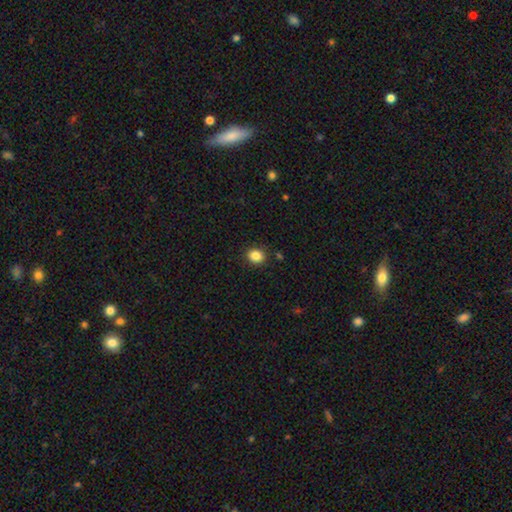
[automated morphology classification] This is clearly a smooth galaxy (85%). How rounded: likely round (67%). Merging: clearly none (88%).